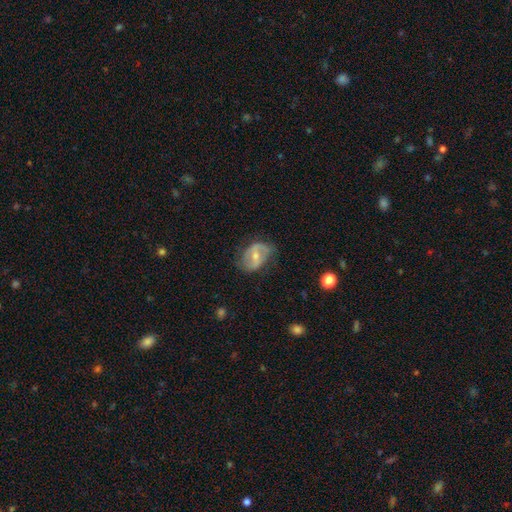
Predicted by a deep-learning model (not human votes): The model was most divided on "bar": weak: 42%, strong: 39%, no: 19%. More confident: edge-on disk — no (96%); spiral arms — yes (74%); smooth or featured — featured or disk (69%); merging — none (61%); bulge size — moderate (53%).